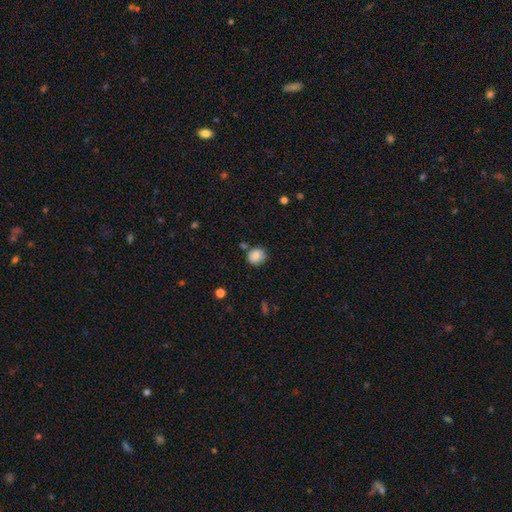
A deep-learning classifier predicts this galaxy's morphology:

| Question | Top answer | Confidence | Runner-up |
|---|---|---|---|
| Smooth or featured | smooth | 83% | star or artifact (9%) |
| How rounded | round | 84% | in between (15%) |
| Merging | none | 75% | minor disturbance (14%) |